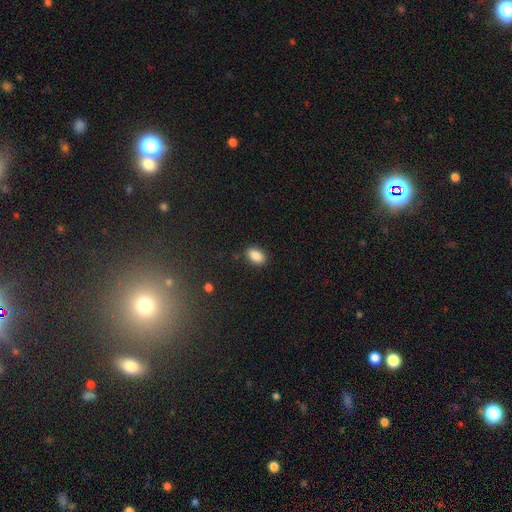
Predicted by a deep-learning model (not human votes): The model was most divided on "merging": none: 86%, minor disturbance: 10%, major disturbance: 2%, merger: 2%. More confident: how rounded — in between (88%); smooth or featured — smooth (88%).